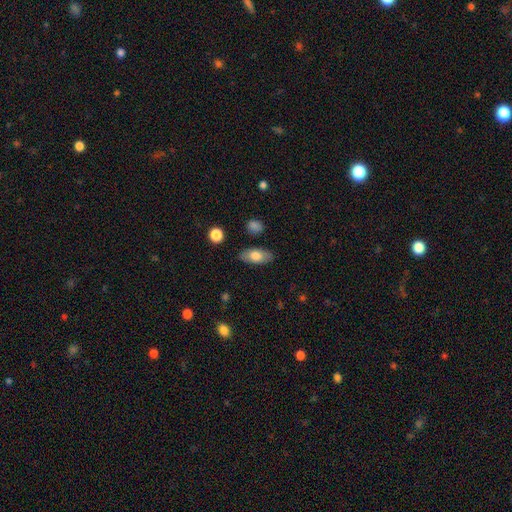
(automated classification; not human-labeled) A smooth galaxy with no disk features (74%) that is in between round and cigar-shaped (87%).

Vote fractions:
- Smooth or featured? smooth: 74% / featured or disk: 19% / star or artifact: 7%
- How rounded? in between: 87% / cigar-shaped: 9% / round: 4%
- Merging? none: 85% / minor disturbance: 11% / major disturbance: 2% / merger: 2%